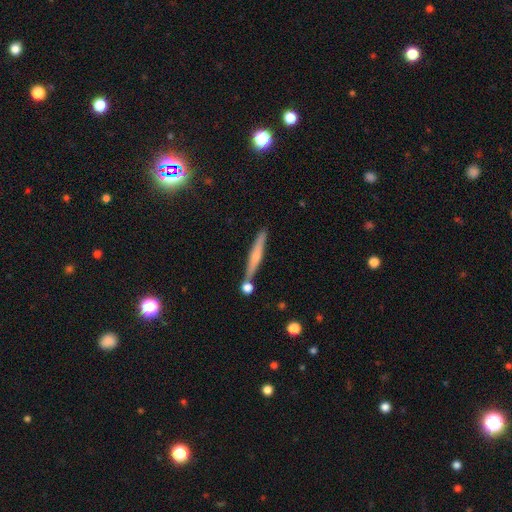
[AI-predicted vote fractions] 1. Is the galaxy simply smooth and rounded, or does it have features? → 50% featured or disk, 43% smooth, 7% star or artifact.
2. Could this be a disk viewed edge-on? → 95% yes, 5% no.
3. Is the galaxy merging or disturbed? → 77% none, 11% minor disturbance, 10% merger, 3% major disturbance.